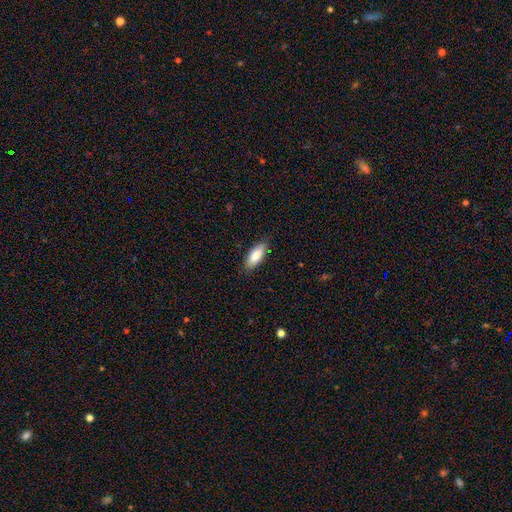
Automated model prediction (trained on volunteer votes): Overall: smooth (85%). How rounded: in between (81%). Merging: none (85%).